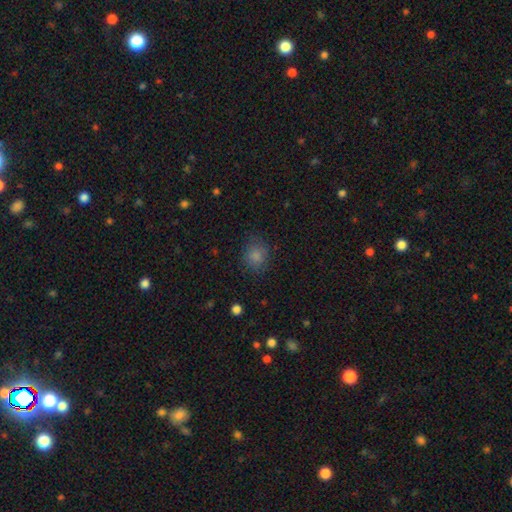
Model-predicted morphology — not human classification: A smooth galaxy with no disk features (84%) that is round (74%).

Vote fractions:
- Smooth or featured? smooth: 84% / star or artifact: 11% / featured or disk: 5%
- How rounded? round: 74% / in between: 25% / cigar-shaped: 1%
- Merging? none: 80% / minor disturbance: 15% / major disturbance: 5% / merger: 1%